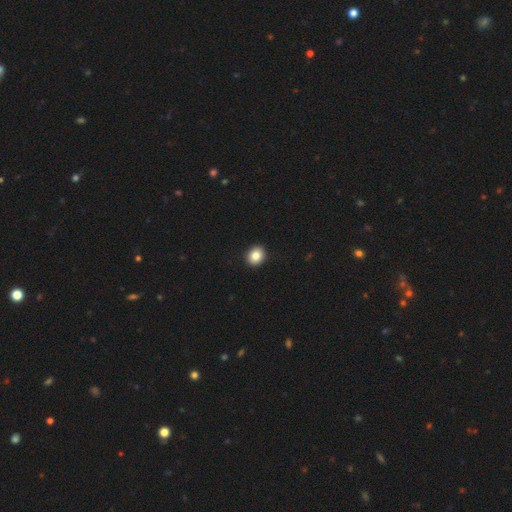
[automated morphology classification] The model was most divided on "how rounded": round: 73%, in between: 26%, cigar-shaped: 1%. More confident: merging — none (93%); smooth or featured — smooth (86%).